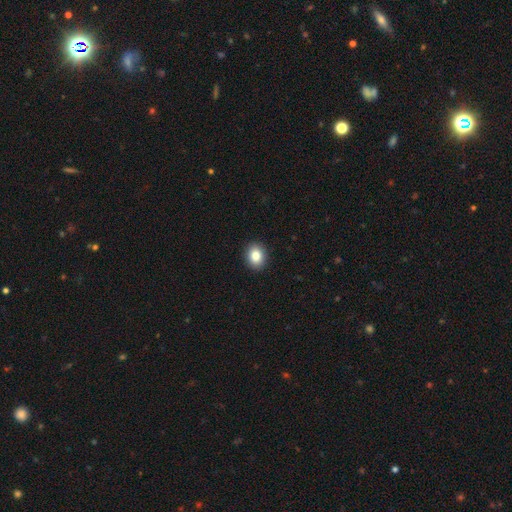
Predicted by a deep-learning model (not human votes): Smooth or featured? smooth (84%)
How rounded? round (52%)
Merging? none (92%)